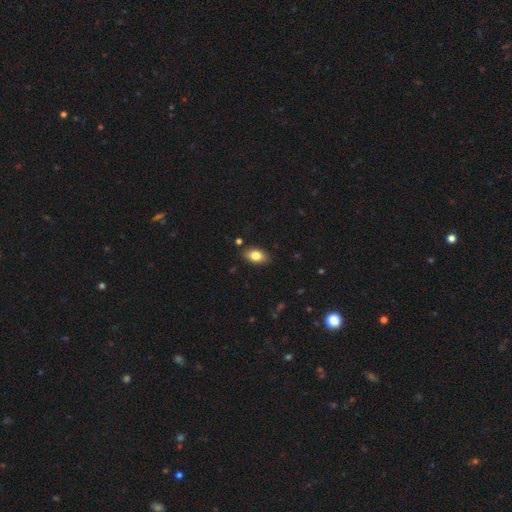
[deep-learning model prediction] smooth_or_featured: smooth (p=0.82) [alt: featured or disk p=0.10]
how_rounded: in between (p=0.89) [alt: round p=0.09]
merging: none (p=0.86) [alt: minor disturbance p=0.10]